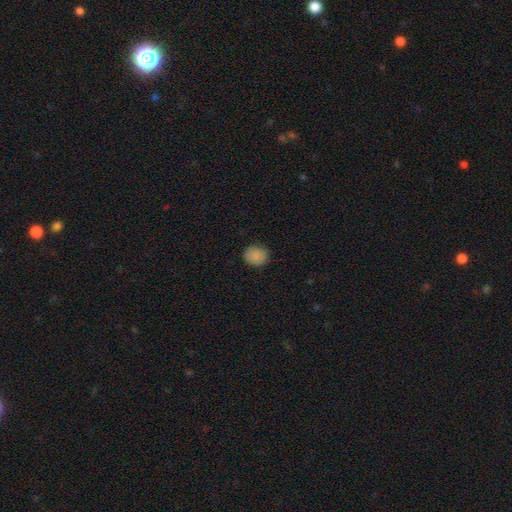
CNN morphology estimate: Smooth or featured? Predicted: smooth (p=0.87). How rounded? Predicted: round (p=0.66). Merging? Predicted: none (p=0.85).